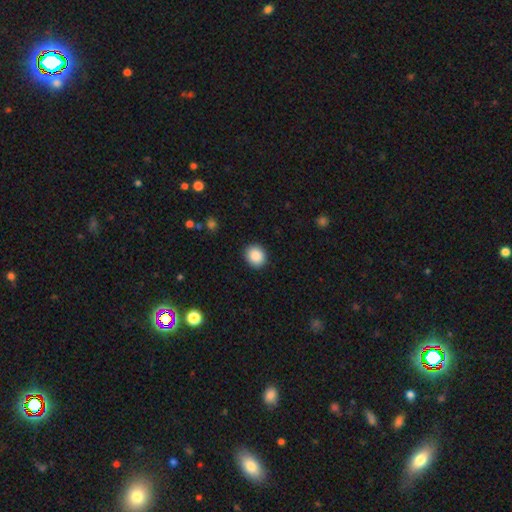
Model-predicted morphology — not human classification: Overall: smooth (89%). How rounded: round (76%). Merging: none (91%).